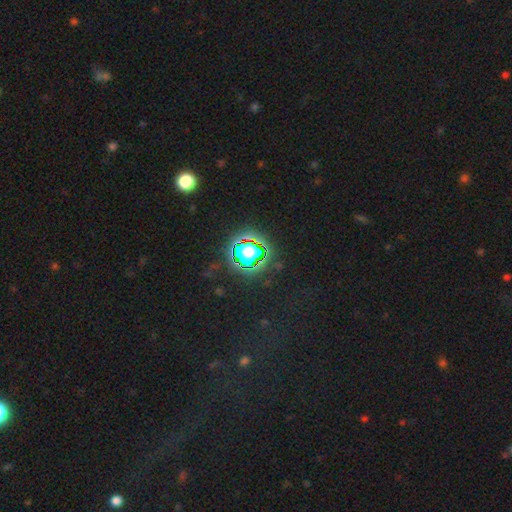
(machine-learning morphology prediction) Smooth or featured? star or artifact (78%)